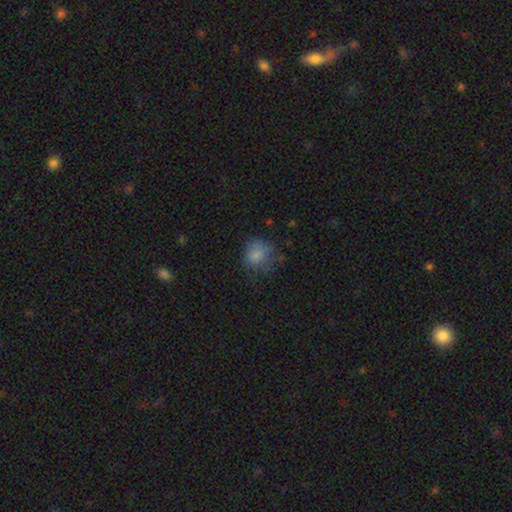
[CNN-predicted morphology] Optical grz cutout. It shows a smooth galaxy with no disk features (78%) that is round (72%). Merging: none (57%).